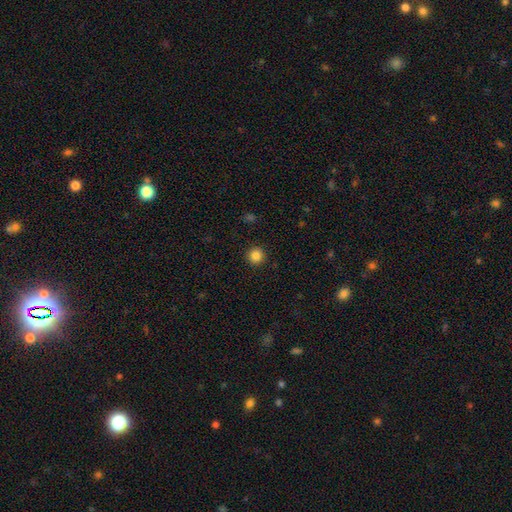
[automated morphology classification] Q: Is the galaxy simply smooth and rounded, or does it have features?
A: smooth — 84%.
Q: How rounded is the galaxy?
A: round — 95%.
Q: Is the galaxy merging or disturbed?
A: none — 93%.